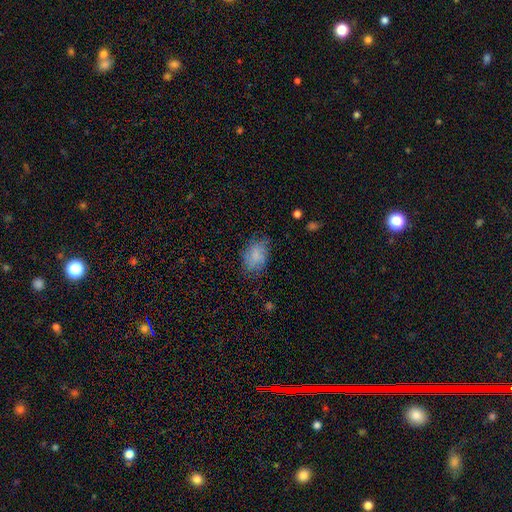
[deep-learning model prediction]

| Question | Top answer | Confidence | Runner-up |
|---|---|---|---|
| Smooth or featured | smooth | 75% | featured or disk (14%) |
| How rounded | in between | 82% | round (16%) |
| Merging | none | 70% | minor disturbance (21%) |